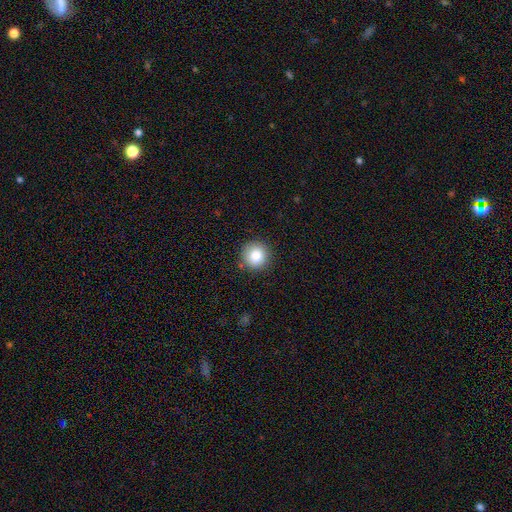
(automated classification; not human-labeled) Q: Smooth or featured?
A: smooth (84%); runner-up: star or artifact (10%)
Q: How rounded?
A: round (94%); runner-up: in between (5%)
Q: Merging?
A: none (89%); runner-up: minor disturbance (7%)